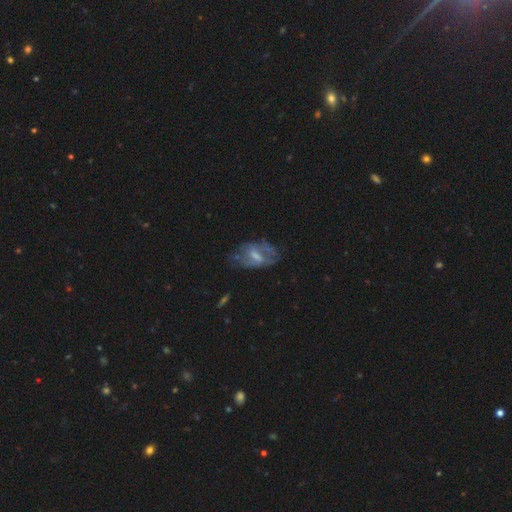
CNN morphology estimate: type=featured or disk (58%); edge-on=no (92%); bar=weak (46%); spiral arms=no (56%); bulge=moderate (40%); merging=none (53%).